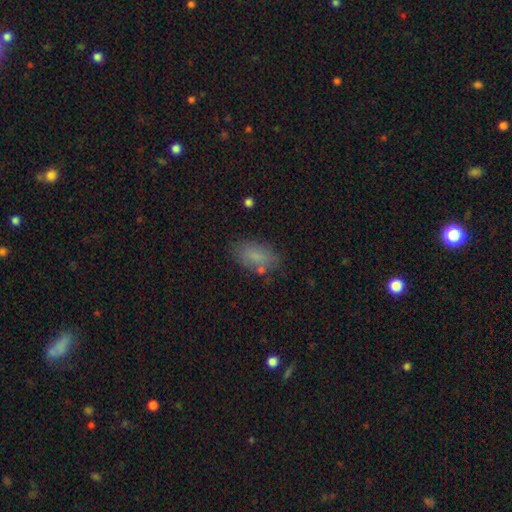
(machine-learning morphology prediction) type=smooth (79%); roundness=in between (90%); merging=none (73%).